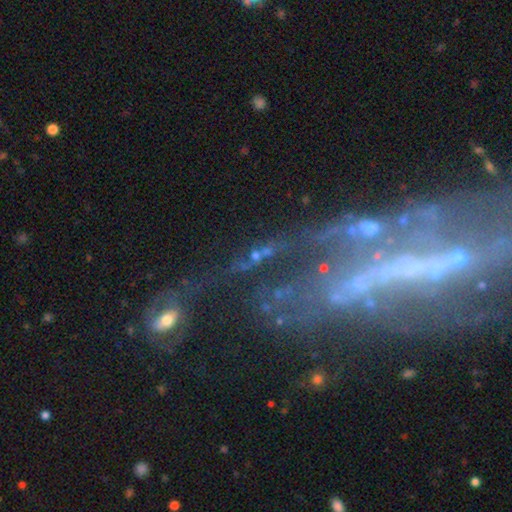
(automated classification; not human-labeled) star or artifact 38%, featured or disk 37%, smooth 25%.